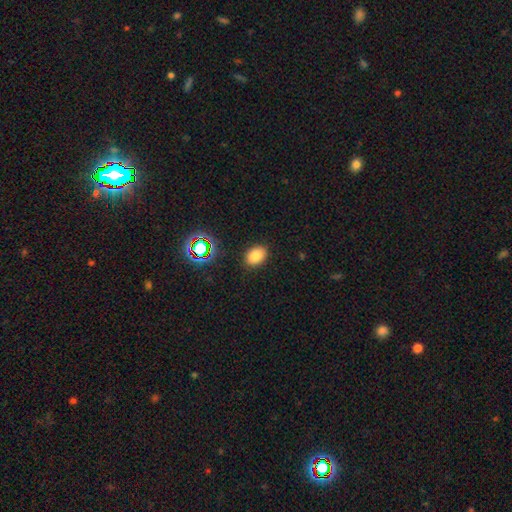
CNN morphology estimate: smooth 78%, star or artifact 15%, featured or disk 7%. Down the decision tree: how rounded — in between (77%); merging — none (87%).